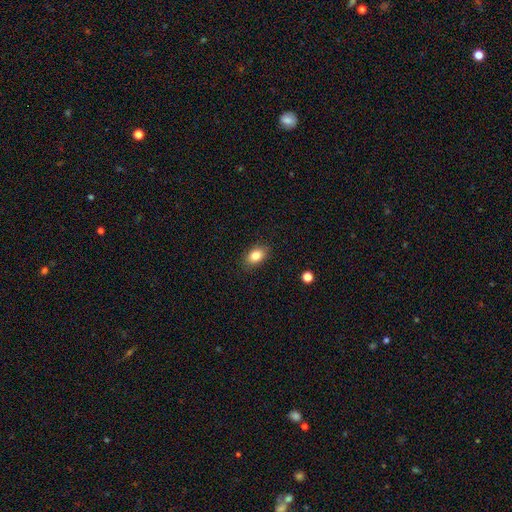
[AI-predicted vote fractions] A smooth galaxy with no disk features (83%) that is in between round and cigar-shaped (83%).

Vote fractions:
- Smooth or featured? smooth: 83% / star or artifact: 9% / featured or disk: 8%
- How rounded? in between: 83% / round: 15% / cigar-shaped: 2%
- Merging? none: 87% / minor disturbance: 10% / major disturbance: 2% / merger: 1%